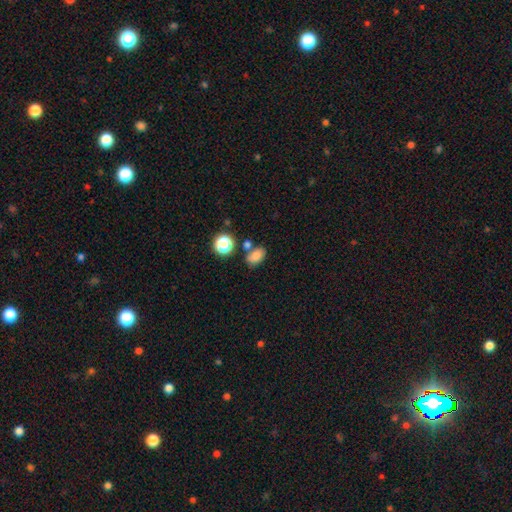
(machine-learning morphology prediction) smooth 80%, star or artifact 13%, featured or disk 7%. Down the decision tree: how rounded — in between (81%); merging — none (62%).